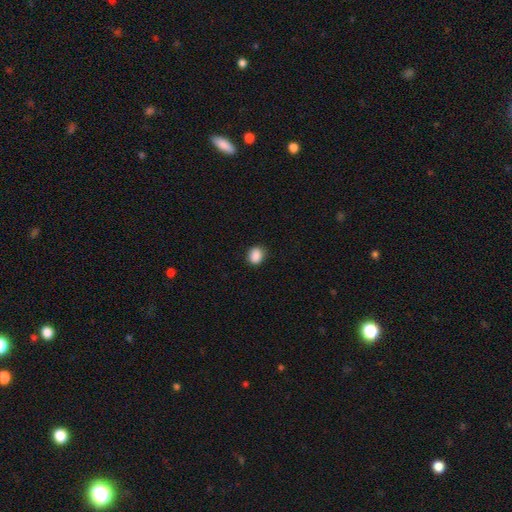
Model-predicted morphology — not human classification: type=smooth (89%); roundness=round (54%); merging=none (86%).